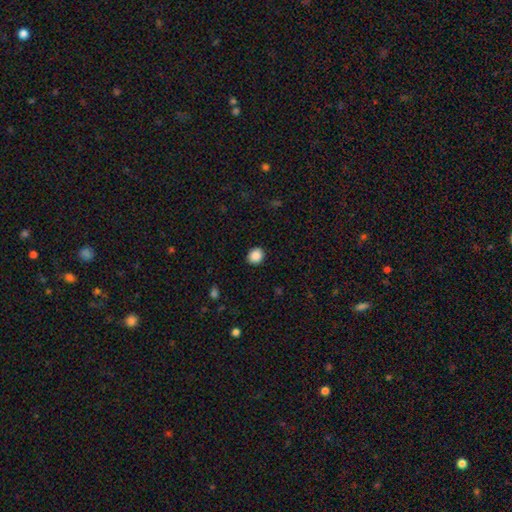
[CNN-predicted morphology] Smooth or featured? smooth (88%)
How rounded? round (73%)
Merging? none (90%)